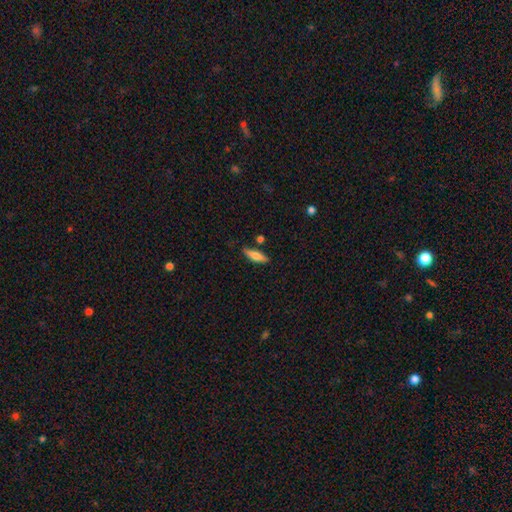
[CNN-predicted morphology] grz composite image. It shows a smooth galaxy with no disk features (64%) that is cigar-shaped (59%). Merging: none (80%).